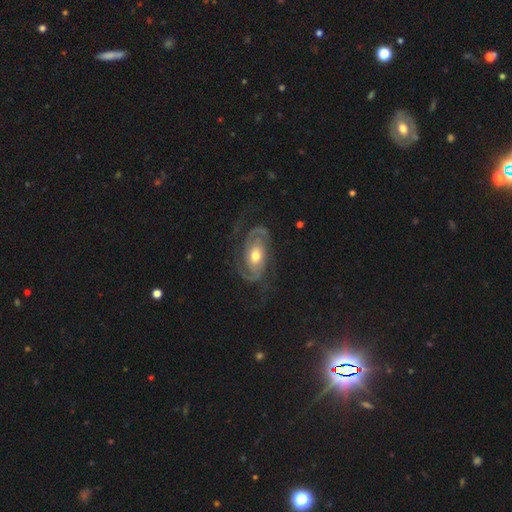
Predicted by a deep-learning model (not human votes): smooth-or-featured: featured or disk: 88% | smooth: 7% | star or artifact: 4%
  disk-edge-on: no: 96% | yes: 4%
    bar: no: 69% | weak: 23% | strong: 8%
    has-spiral-arms: yes: 96% | no: 4%
      spiral-winding: tight: 41% (tied) | medium: 41% (tied) | loose: 18%
      spiral-arm-count: 2: 81% | can't tell: 6% | 3: 6% | 1: 3% | 4: 2% | more than 4: 2%
    bulge-size: moderate: 74% | small: 15% | large: 9% | dominant: 1% | none: 1%
  merging: none: 73% | minor disturbance: 15% | major disturbance: 11% | merger: 1%